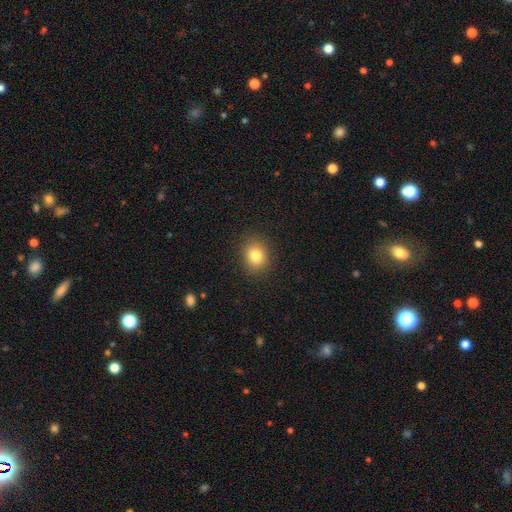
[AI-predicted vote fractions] smooth 81%, star or artifact 11%, featured or disk 8%. Down the decision tree: how rounded — round (65%); merging — none (89%).